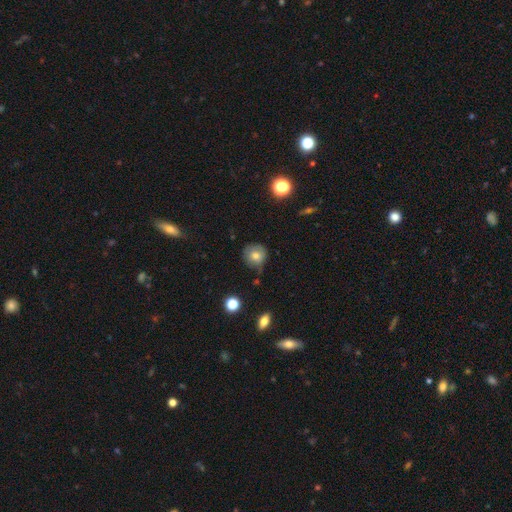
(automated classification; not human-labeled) This appears to be a smooth galaxy with no disk features (71%) that is round (89%). Merging: none (73%).